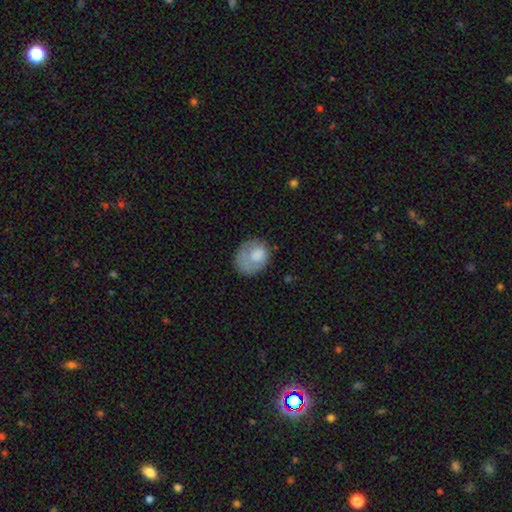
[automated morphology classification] Overall: smooth (72%). How rounded: round (54%; in between 45%). Merging: none (50%; minor disturbance 26%).